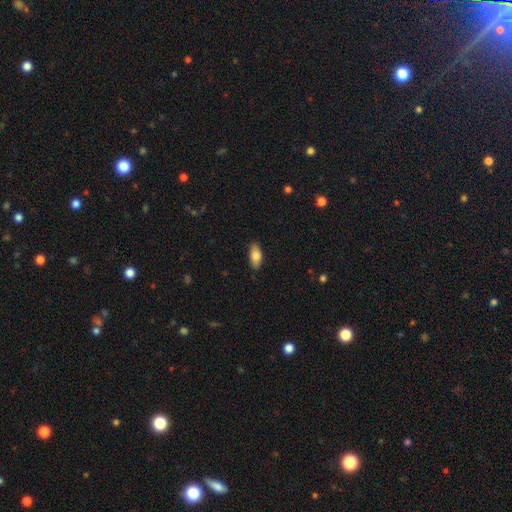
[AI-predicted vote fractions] This appears to be a smooth galaxy with no disk features (82%) that is in between round and cigar-shaped (87%). Merging: none (86%).